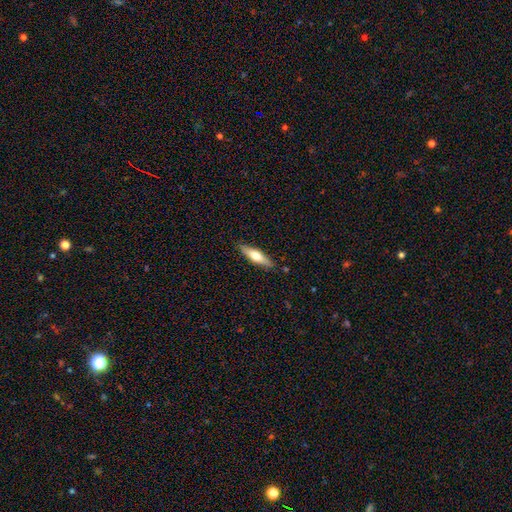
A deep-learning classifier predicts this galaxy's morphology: Smooth or featured? Predicted: smooth (p=0.54). How rounded? Predicted: cigar-shaped (p=0.69). Merging? Predicted: none (p=0.86).